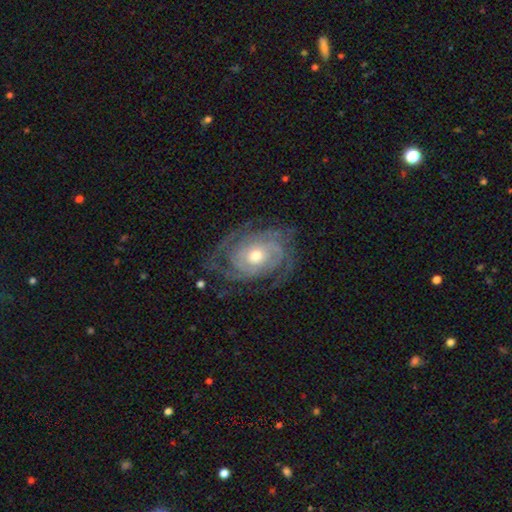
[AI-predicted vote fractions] smooth-or-featured: featured or disk: 87% | smooth: 8% | star or artifact: 5%
  disk-edge-on: no: 96% | yes: 4%
    bar: no: 77% | weak: 19% | strong: 5%
    has-spiral-arms: yes: 94% | no: 6%
      spiral-winding: tight: 67% | medium: 26% | loose: 8%
      spiral-arm-count: can't tell: 30% | 2: 27% | 3: 22% | 4: 9% | 1: 6% | more than 4: 6%
    bulge-size: moderate: 71% | small: 21% | large: 7% | none: 1% | dominant: 1%
  merging: none: 69% | minor disturbance: 18% | major disturbance: 11% | merger: 1%